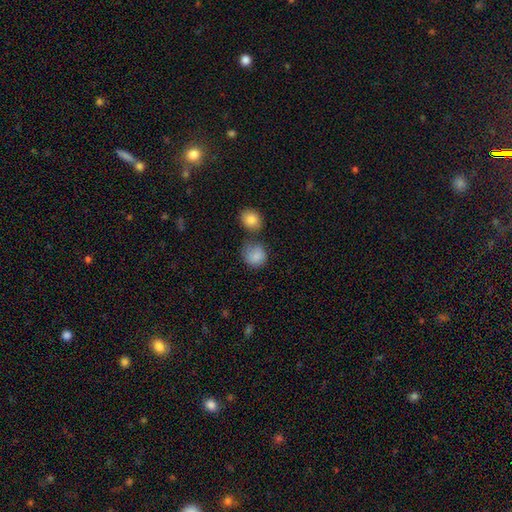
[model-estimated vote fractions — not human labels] smooth-or-featured: smooth: 84% | star or artifact: 9% | featured or disk: 7%
  how-rounded: round: 78% | in between: 21% | cigar-shaped: 1%
  merging: none: 51% | minor disturbance: 23% | merger: 17% | major disturbance: 10%